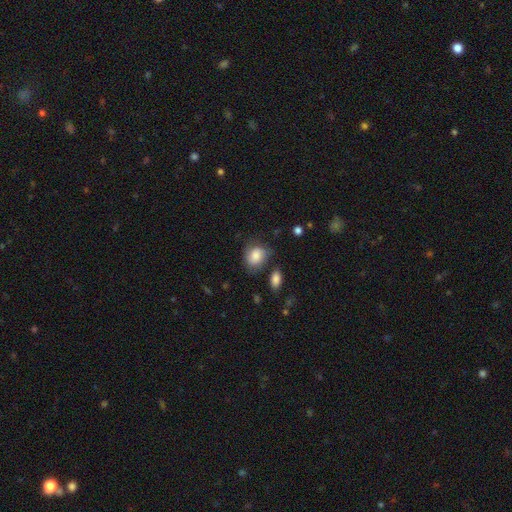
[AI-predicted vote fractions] smooth-or-featured: smooth: 78% | featured or disk: 14% | star or artifact: 8%
  how-rounded: in between: 53% | round: 46% | cigar-shaped: 1%
  merging: none: 56% | minor disturbance: 28% | major disturbance: 11% | merger: 5%